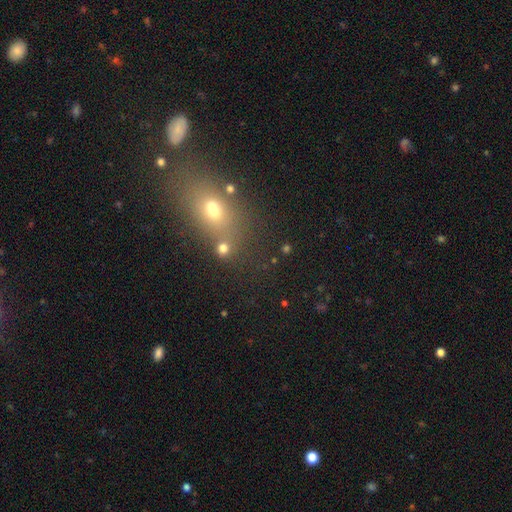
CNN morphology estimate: type=smooth (52%); roundness=in between (55%); merging=none (66%).